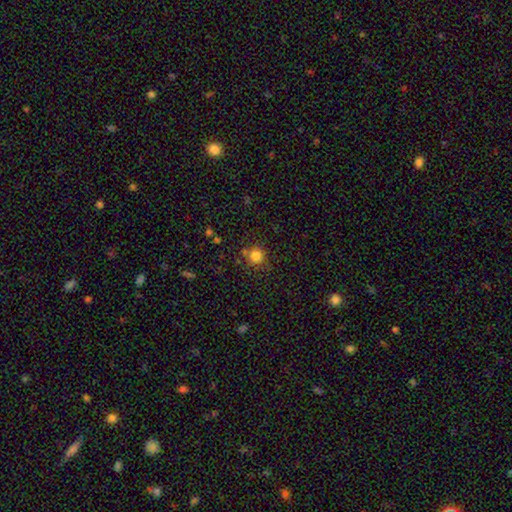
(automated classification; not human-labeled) smooth_or_featured: smooth (p=0.81) [alt: star or artifact p=0.13]
how_rounded: round (p=0.93) [alt: in between p=0.06]
merging: none (p=0.78) [alt: minor disturbance p=0.11]